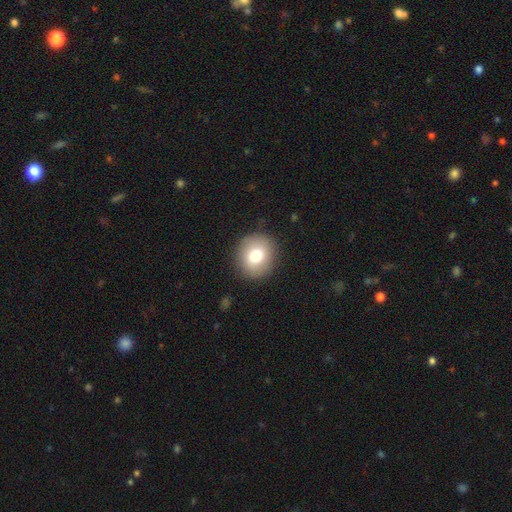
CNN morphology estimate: This is likely a smooth galaxy (77%). How rounded: clearly round (83%). Merging: clearly none (88%).